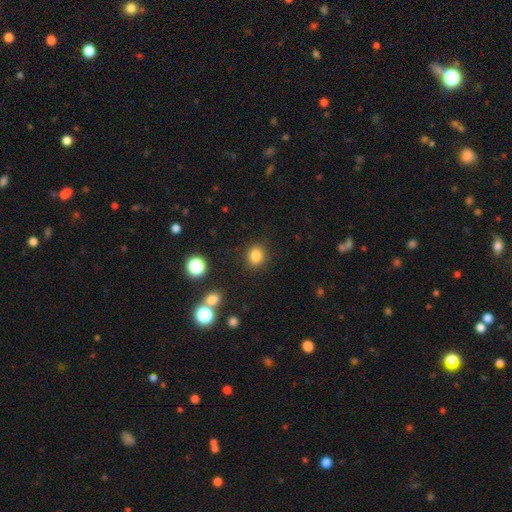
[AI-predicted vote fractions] smooth_or_featured: smooth (p=0.82) [alt: star or artifact p=0.12]
how_rounded: round (p=0.77) [alt: in between p=0.22]
merging: none (p=0.88) [alt: minor disturbance p=0.07]